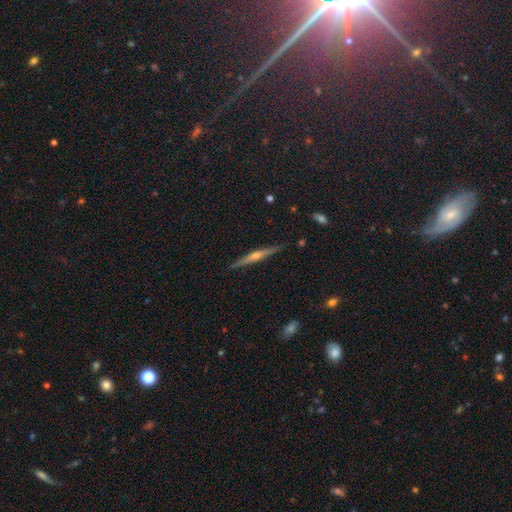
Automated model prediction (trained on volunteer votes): This is likely a featured or disk galaxy (75%). It is clearly viewed edge-on (98%). Edge-on bulge: clearly rounded (82%). Merging: clearly none (90%).